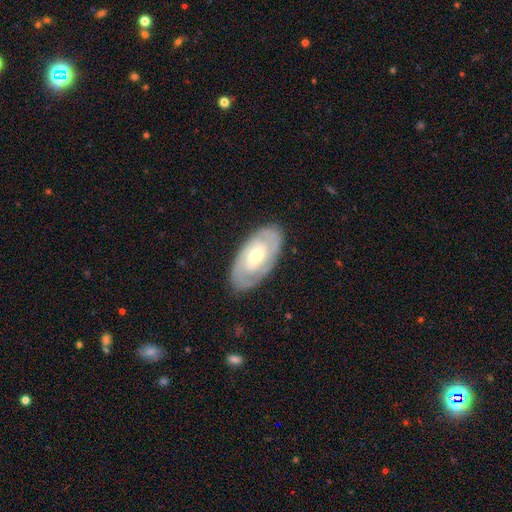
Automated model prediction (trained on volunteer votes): Smooth or featured: featured or disk — 74% (smooth — 21%)
Edge-on disk: no — 93% (yes — 7%)
Bar: no — 48% (weak — 40%)
Spiral arms: yes — 86% (no — 14%)
Spiral winding: tight — 64% (medium — 28%)
Spiral arm count: 2 — 48% (can't tell — 32%)
Bulge size: moderate — 60% (small — 34%)
Merging: none — 84% (minor disturbance — 12%)